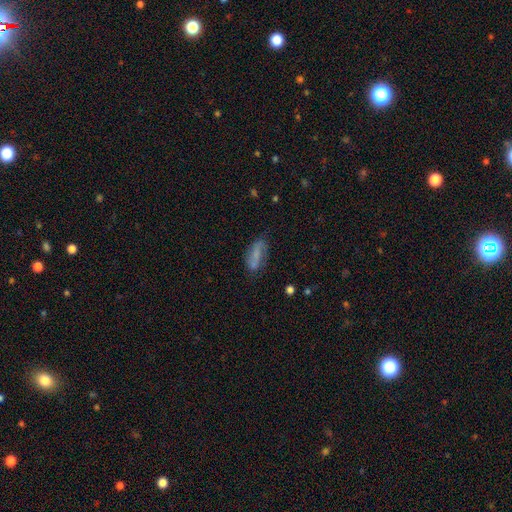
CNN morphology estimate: smooth 49%, featured or disk 42%, star or artifact 9%. Down the decision tree: merging — none (70%).